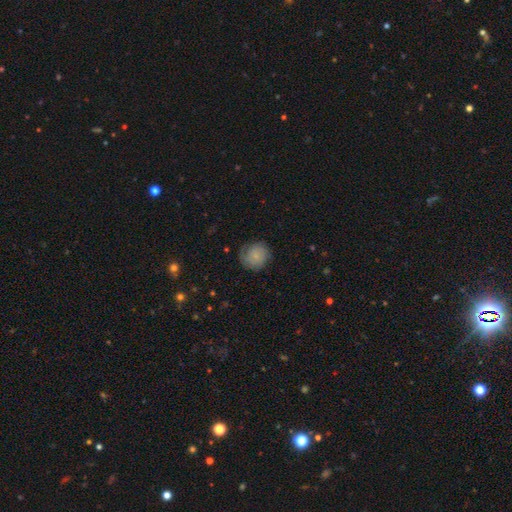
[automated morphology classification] Smooth or featured? Predicted: smooth (p=0.66). How rounded? Predicted: round (p=0.85). Merging? Predicted: none (p=0.65).